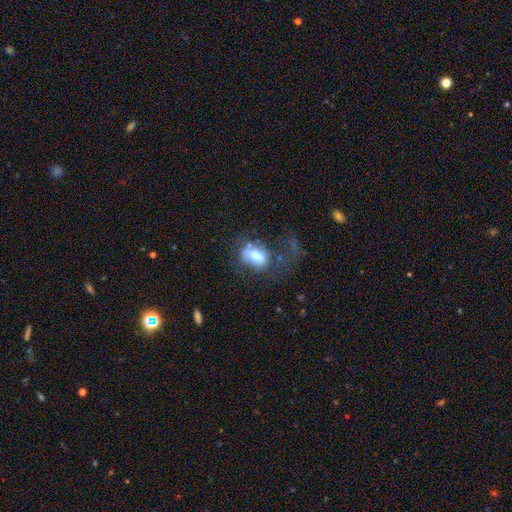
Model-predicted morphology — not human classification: Q: Smooth or featured?
A: smooth (63%); runner-up: featured or disk (28%)
Q: How rounded?
A: in between (81%); runner-up: round (16%)
Q: Merging?
A: none (36%); runner-up: major disturbance (35%)